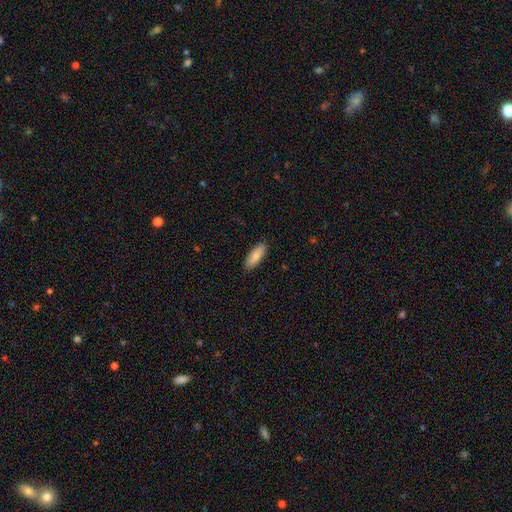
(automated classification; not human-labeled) Smooth or featured? smooth (86%)
How rounded? in between (68%)
Merging? none (89%)